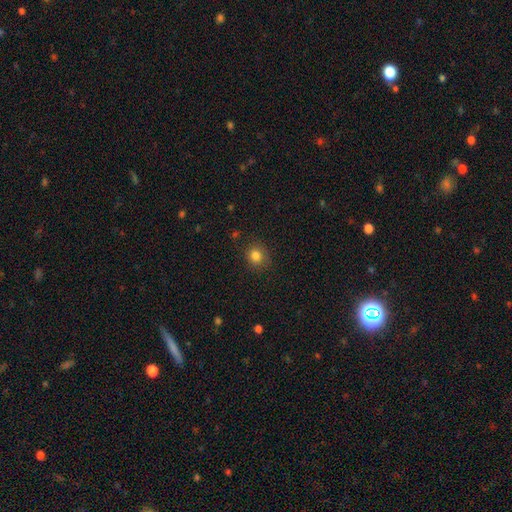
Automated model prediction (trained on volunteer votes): Overall: smooth (83%). How rounded: round (80%). Merging: none (85%).